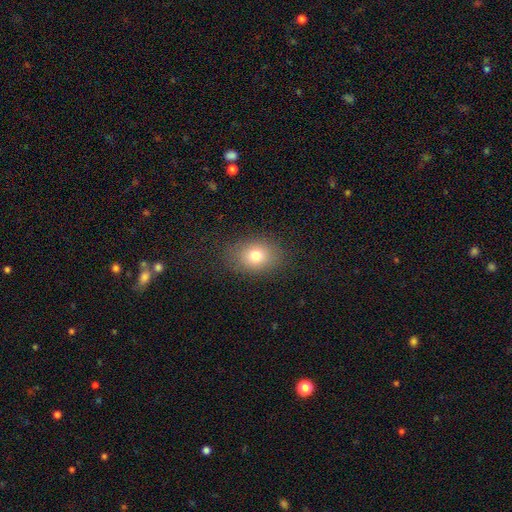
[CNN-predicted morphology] The model was most divided on "how rounded": in between: 64%, round: 35%, cigar-shaped: 1%. More confident: merging — none (83%); smooth or featured — smooth (77%).